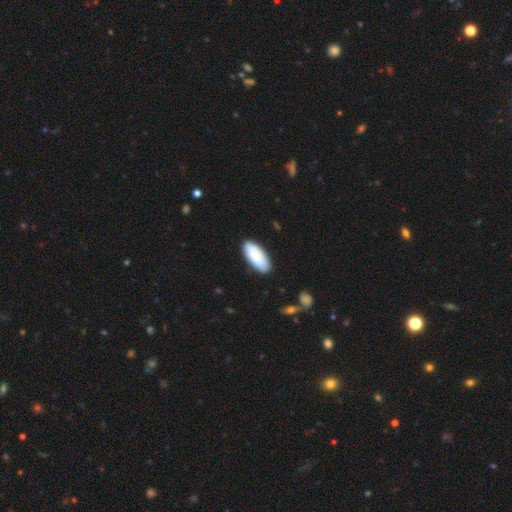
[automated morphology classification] This is clearly a smooth galaxy (83%). How rounded: clearly in between (87%). Merging: clearly none (85%).